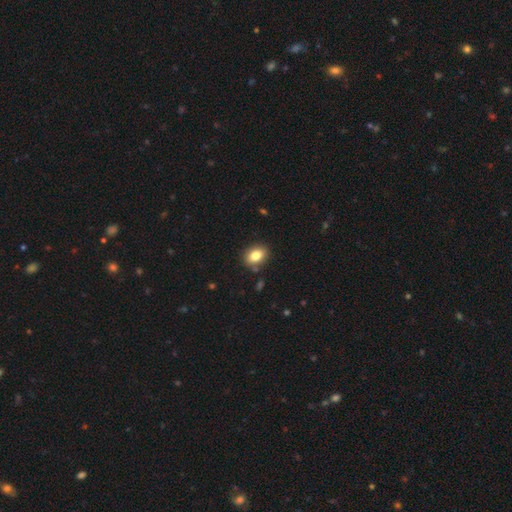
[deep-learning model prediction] A smooth galaxy with no disk features (82%) that is in between round and cigar-shaped (72%). Merging: none (86%).